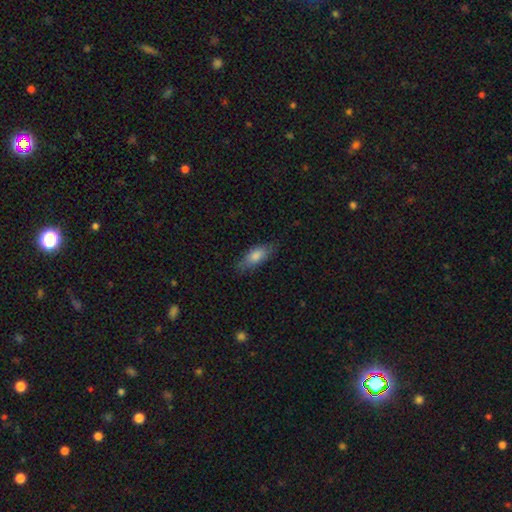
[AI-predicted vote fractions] smooth-or-featured: smooth: 74% | featured or disk: 19% | star or artifact: 7%
  how-rounded: in between: 68% | cigar-shaped: 30% | round: 3%
  merging: none: 79% | minor disturbance: 16% | major disturbance: 4% | merger: 1%